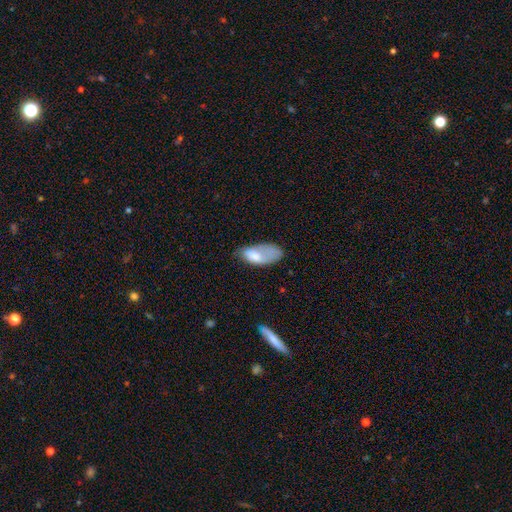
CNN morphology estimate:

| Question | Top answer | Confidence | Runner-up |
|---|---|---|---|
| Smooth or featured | smooth | 72% | featured or disk (21%) |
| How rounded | in between | 91% | cigar-shaped (6%) |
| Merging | minor disturbance | 34% | major disturbance (32%) |